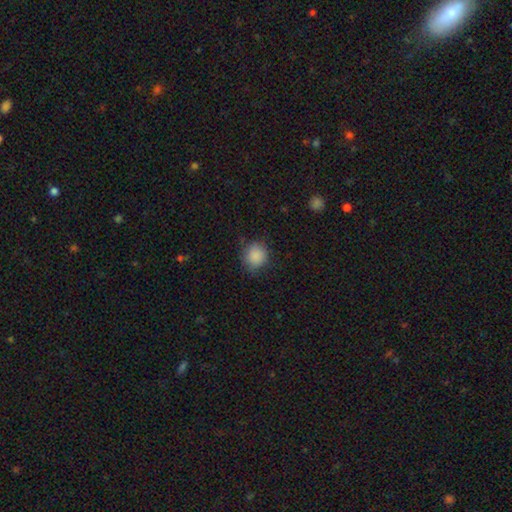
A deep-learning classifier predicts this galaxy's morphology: This is clearly a smooth galaxy (87%). How rounded: clearly round (83%). Merging: likely none (79%).